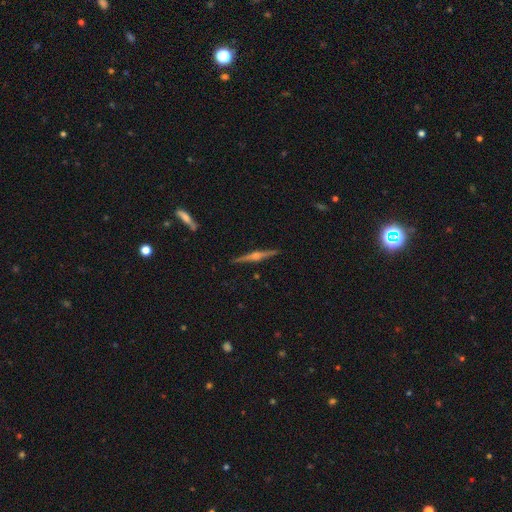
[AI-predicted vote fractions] This appears to be a featured or disk galaxy (84%) viewed edge-on (98%) with a rounded central bulge (88%). Merging: none (91%).